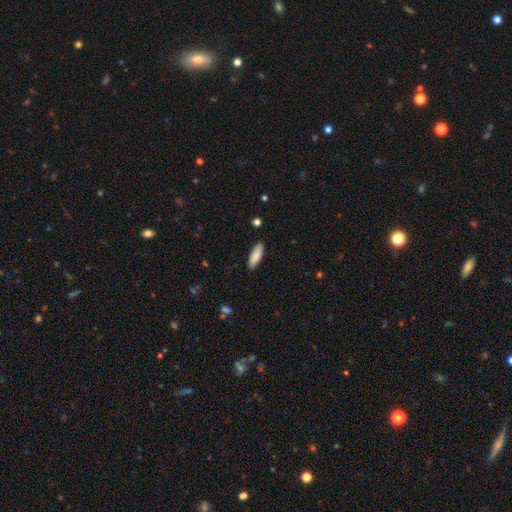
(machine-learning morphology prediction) This appears to be a smooth galaxy with no disk features (87%) that is in between round and cigar-shaped (57%). Merging: none (89%).